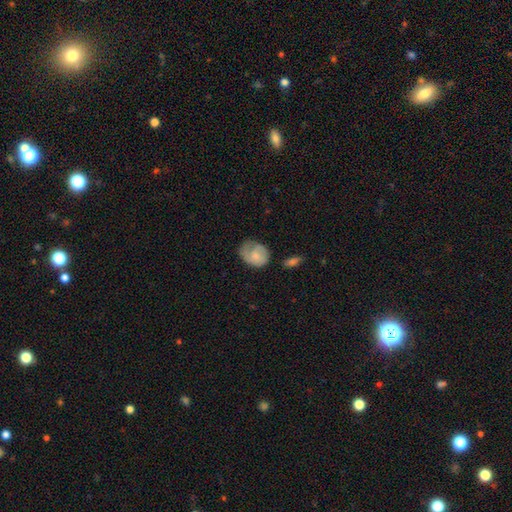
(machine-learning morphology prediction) Smooth or featured? smooth (59%)
How rounded? in between (56%)
Merging? none (43%)